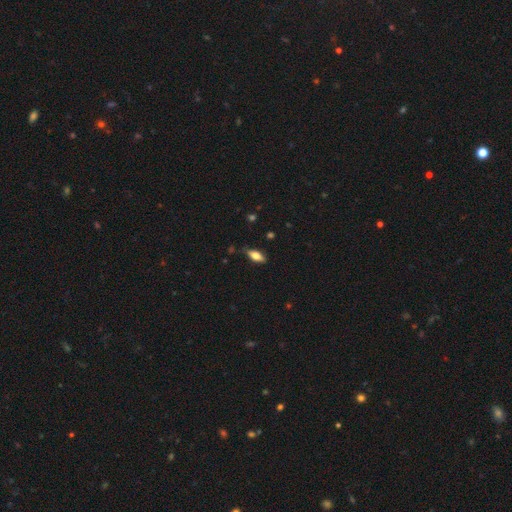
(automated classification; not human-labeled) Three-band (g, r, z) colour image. It shows a smooth galaxy with no disk features (69%) that is in between round and cigar-shaped (78%). Merging: none (79%).